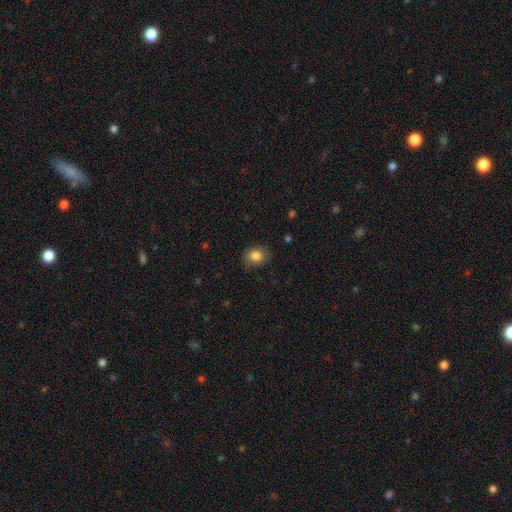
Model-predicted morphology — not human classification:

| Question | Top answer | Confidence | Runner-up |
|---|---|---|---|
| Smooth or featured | smooth | 81% | featured or disk (9%) |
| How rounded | round | 58% | in between (41%) |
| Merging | none | 77% | minor disturbance (17%) |